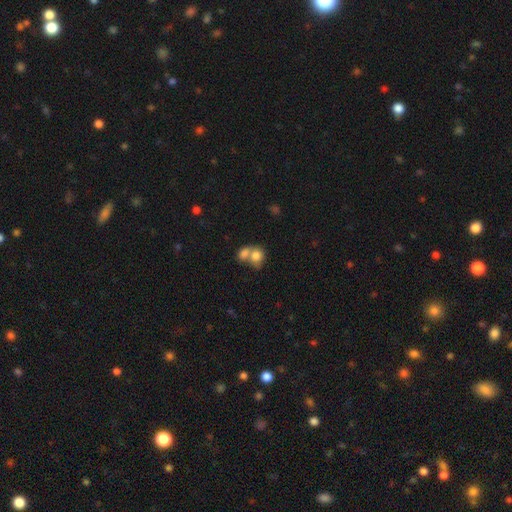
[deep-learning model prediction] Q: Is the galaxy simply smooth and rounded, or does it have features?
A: smooth — 79%.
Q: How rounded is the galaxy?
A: round — 58%.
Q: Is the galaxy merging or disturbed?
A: merger — 65%.